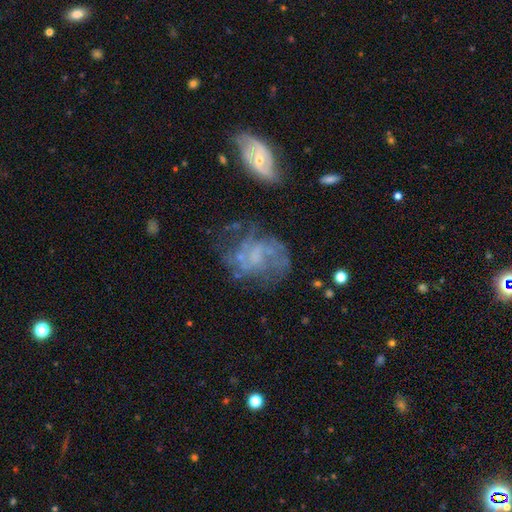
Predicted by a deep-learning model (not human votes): Smooth or featured? Predicted: featured or disk (p=0.67). Edge-on disk? Predicted: no (p=0.97). Bar? Predicted: no (p=0.67). Spiral arms? Predicted: yes (p=0.61). Bulge size? Predicted: none (p=0.53). Merging? Predicted: none (p=0.46).